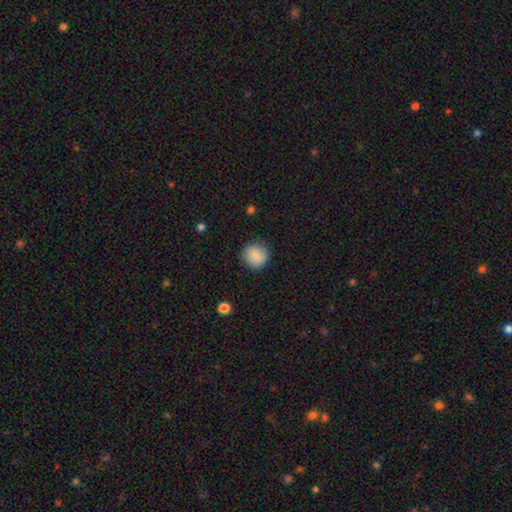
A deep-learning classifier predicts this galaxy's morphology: Smooth or featured? smooth (85%)
How rounded? round (93%)
Merging? none (87%)